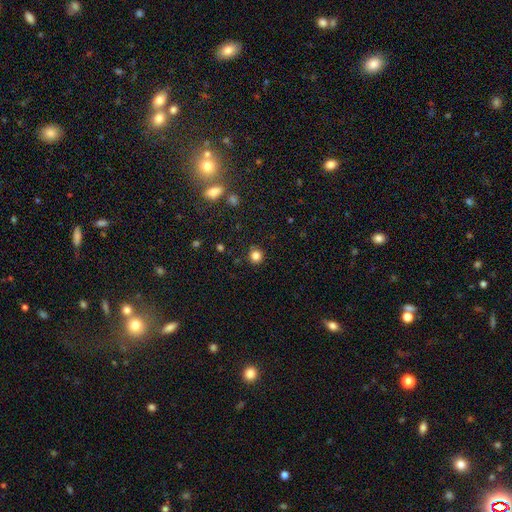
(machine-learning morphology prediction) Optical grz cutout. It shows a smooth galaxy with no disk features (84%) that is round (91%). Merging: none (89%).